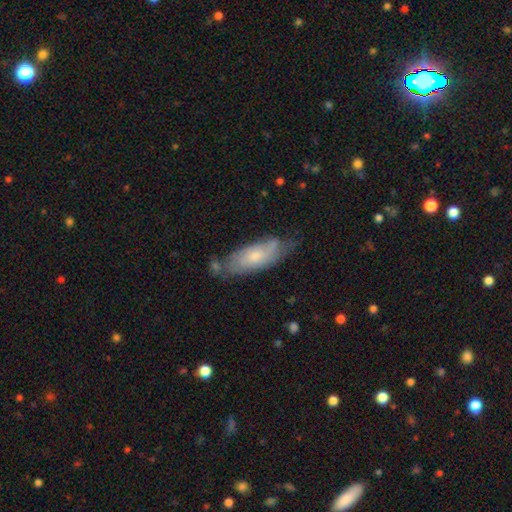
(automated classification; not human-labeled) This is possibly a smooth galaxy (53%). How rounded: likely in between (70%). Merging: possibly none (55%).